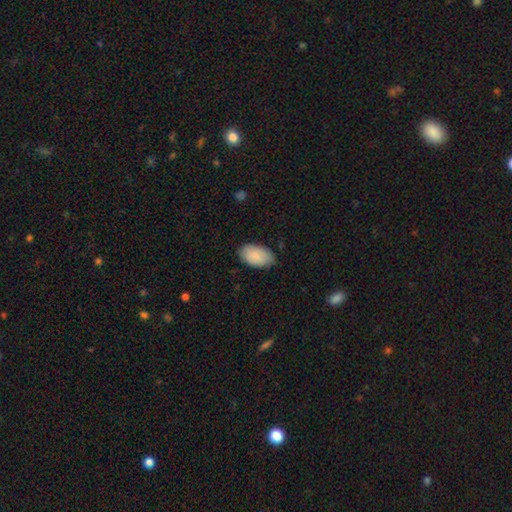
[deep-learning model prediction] A smooth galaxy with no disk features (87%) that is in between round and cigar-shaped (94%). Merging: none (75%).